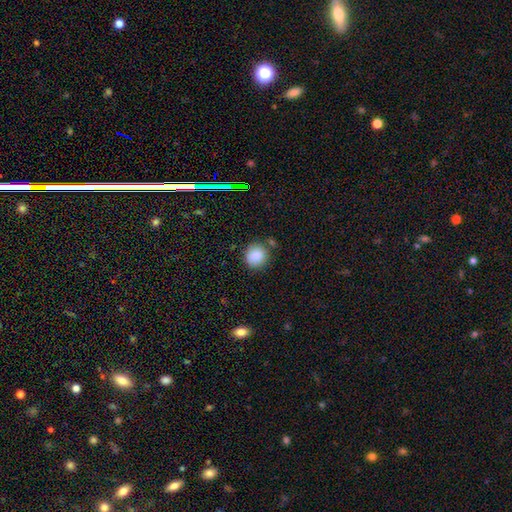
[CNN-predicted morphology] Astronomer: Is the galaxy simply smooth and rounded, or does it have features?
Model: smooth — 86%.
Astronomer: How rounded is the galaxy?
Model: round — 88%.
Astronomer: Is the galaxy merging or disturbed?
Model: none — 80%.